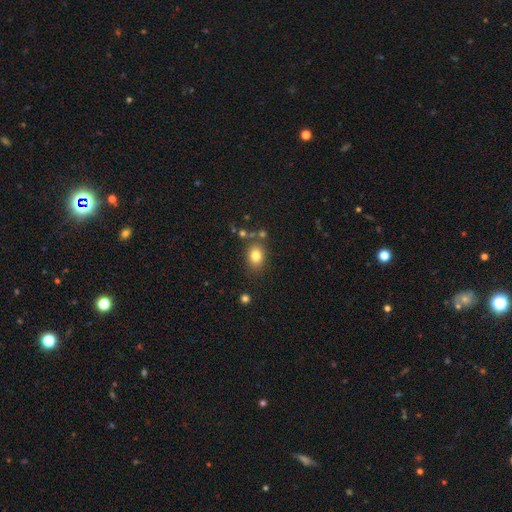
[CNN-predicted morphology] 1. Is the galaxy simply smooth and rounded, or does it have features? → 81% smooth, 11% star or artifact, 8% featured or disk.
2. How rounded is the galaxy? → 58% in between, 41% round, 1% cigar-shaped.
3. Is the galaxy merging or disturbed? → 74% none, 14% minor disturbance, 8% merger, 4% major disturbance.